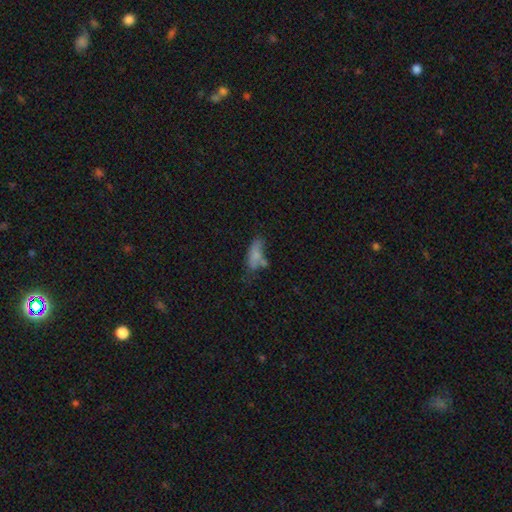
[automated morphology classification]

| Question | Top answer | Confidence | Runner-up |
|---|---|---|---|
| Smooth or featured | smooth | 72% | featured or disk (17%) |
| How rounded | in between | 70% | cigar-shaped (26%) |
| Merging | none | 40% | minor disturbance (24%) |